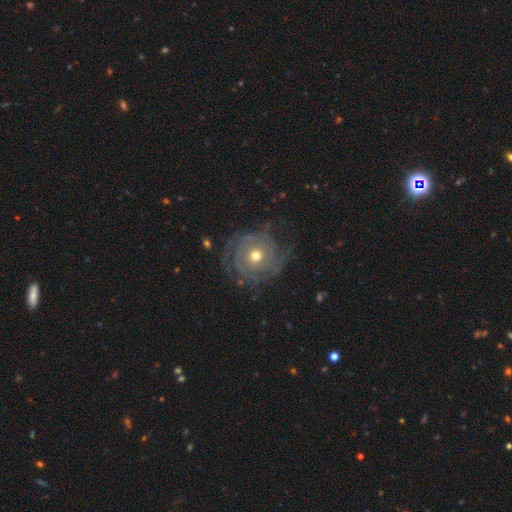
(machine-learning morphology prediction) type=featured or disk (78%); edge-on=no (97%); bar=no (84%); spiral arms=yes (88%); winding=tight (66%); arm count=can't tell (37%); bulge=moderate (64%); merging=none (68%).